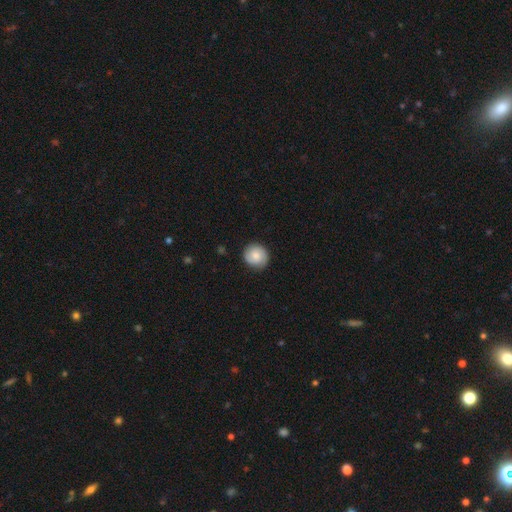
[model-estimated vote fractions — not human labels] A smooth galaxy with no disk features (65%) that is round (90%).

Vote fractions:
- Smooth or featured? smooth: 65% / featured or disk: 28% / star or artifact: 7%
- How rounded? round: 90% / in between: 9% / cigar-shaped: 1%
- Merging? none: 85% / minor disturbance: 12% / major disturbance: 3% / merger: 1%